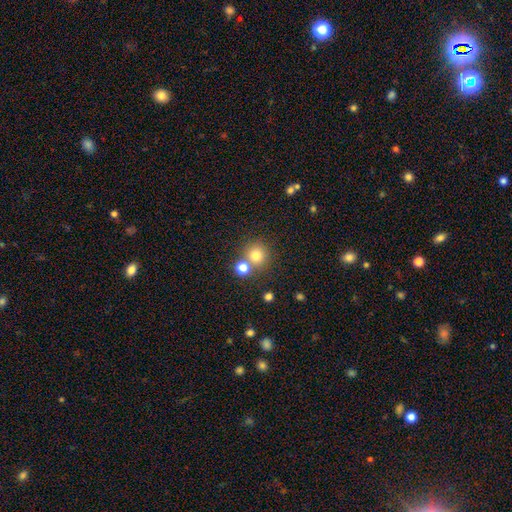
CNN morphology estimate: smooth-or-featured: smooth: 78% | star or artifact: 14% | featured or disk: 8%
  how-rounded: round: 92% | in between: 7% | cigar-shaped: 1%
  merging: none: 65% | merger: 25% | minor disturbance: 7% | major disturbance: 3%